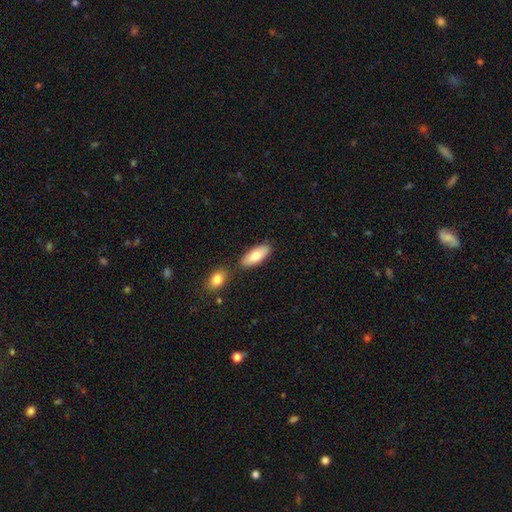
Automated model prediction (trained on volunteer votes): Smooth or featured?
  - smooth: 78% *
  - featured or disk: 16%
  - star or artifact: 6%
How rounded?
  - in between: 82% *
  - cigar-shaped: 16%
  - round: 2%
Merging?
  - none: 77% *
  - minor disturbance: 11%
  - merger: 10%
  - major disturbance: 2%